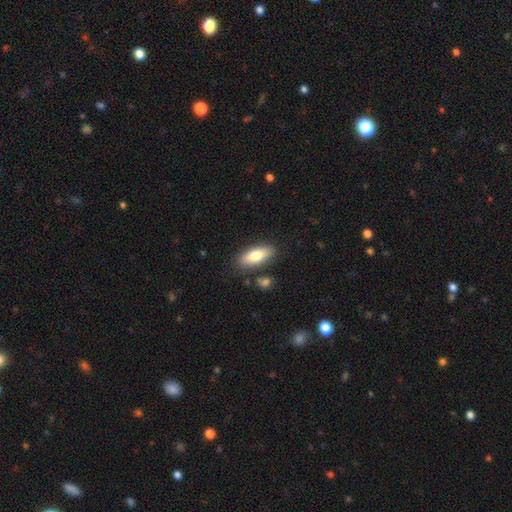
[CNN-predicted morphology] Smooth or featured?
  - smooth: 78% *
  - featured or disk: 16%
  - star or artifact: 6%
How rounded?
  - in between: 76% *
  - cigar-shaped: 21%
  - round: 3%
Merging?
  - none: 81% *
  - minor disturbance: 12%
  - merger: 5%
  - major disturbance: 3%